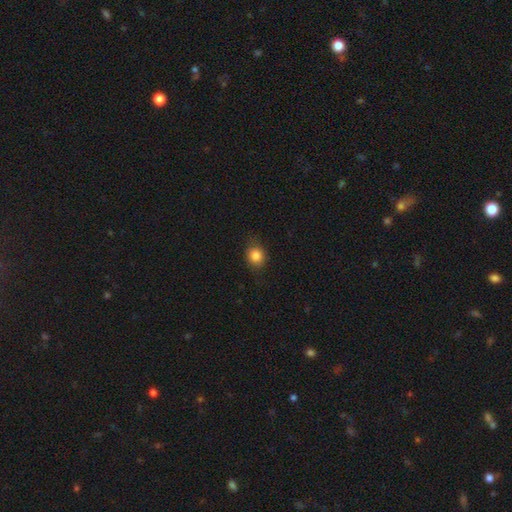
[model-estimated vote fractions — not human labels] smooth_or_featured: smooth (p=0.84) [alt: star or artifact p=0.10]
how_rounded: round (p=0.74) [alt: in between p=0.25]
merging: none (p=0.81) [alt: minor disturbance p=0.15]